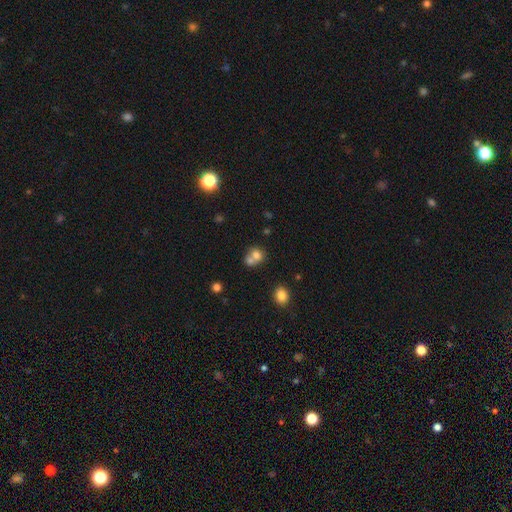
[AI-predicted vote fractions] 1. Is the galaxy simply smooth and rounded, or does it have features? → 74% smooth, 14% featured or disk, 12% star or artifact.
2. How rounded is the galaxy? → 72% round, 27% in between, 1% cigar-shaped.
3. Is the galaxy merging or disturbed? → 59% merger, 31% none, 7% minor disturbance, 3% major disturbance.